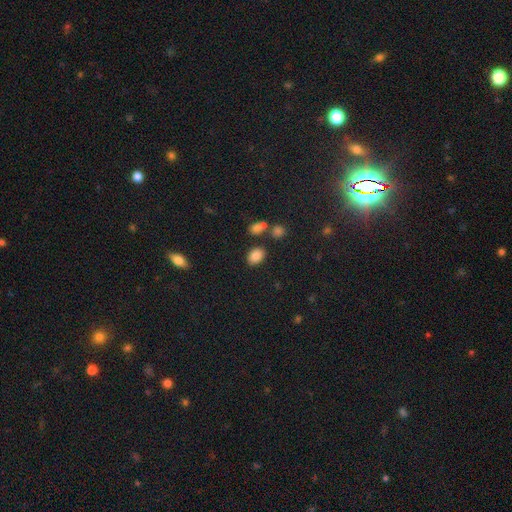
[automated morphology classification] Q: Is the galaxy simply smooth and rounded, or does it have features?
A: smooth — 84%.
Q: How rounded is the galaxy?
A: in between — 74%.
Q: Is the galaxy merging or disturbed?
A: none — 78%.